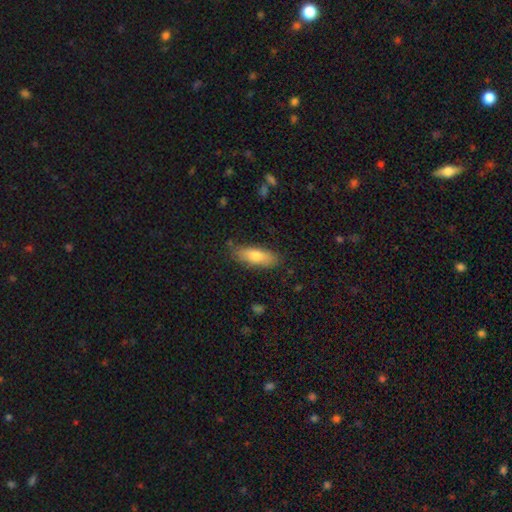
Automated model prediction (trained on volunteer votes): smooth 74%, featured or disk 20%, star or artifact 6%. Down the decision tree: how rounded — in between (61%); merging — none (81%).